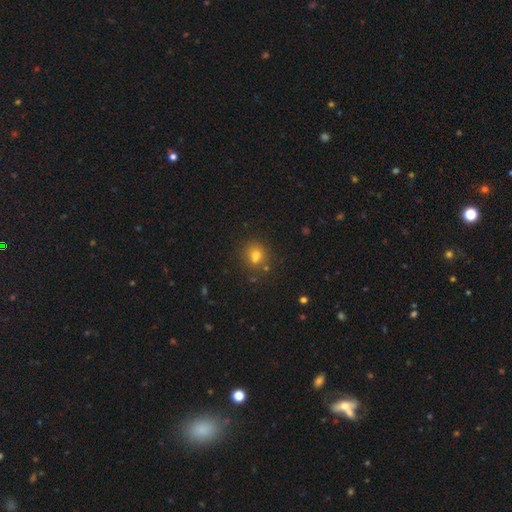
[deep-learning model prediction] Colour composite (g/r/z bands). It shows a smooth galaxy with no disk features (73%) that is round (74%). Merging: none (66%).